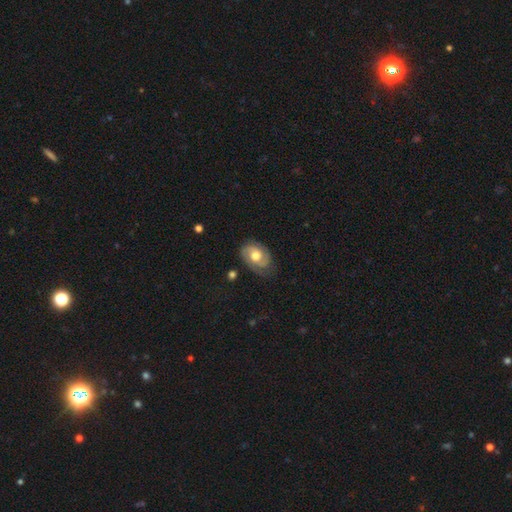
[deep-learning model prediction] The model was most divided on "spiral winding": tight: 50%, medium: 37%, loose: 12%. More confident: edge-on disk — no (96%); spiral arms — yes (89%); bulge size — moderate (71%); spiral arm count — 2 (70%); bar — no (70%); merging — none (70%); smooth or featured — featured or disk (69%).